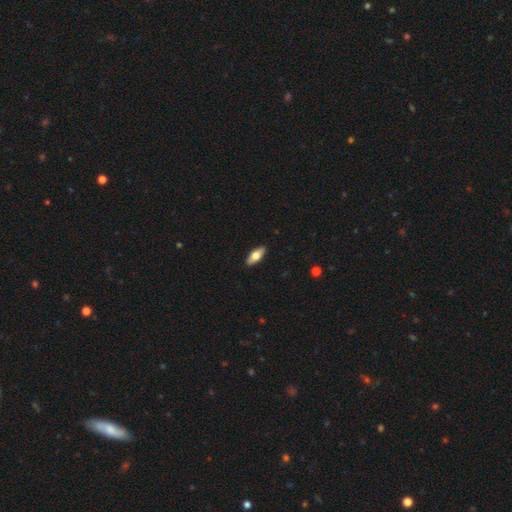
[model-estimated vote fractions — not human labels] Overall: smooth (64%; featured or disk 30%). How rounded: in between (76%). Merging: none (90%).